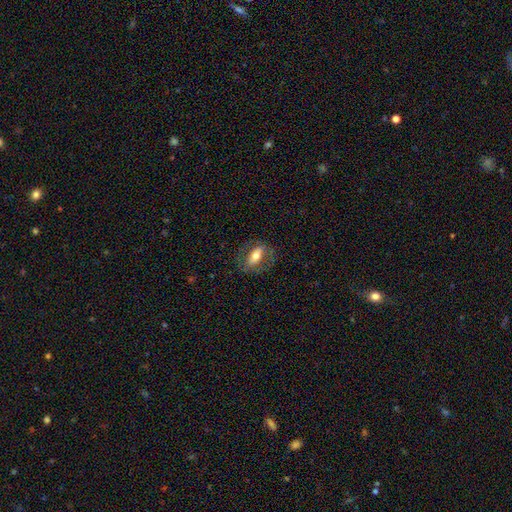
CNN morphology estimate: A smooth galaxy with no disk features (54%) that is in between round and cigar-shaped (80%).

Vote fractions:
- Smooth or featured? smooth: 54% / featured or disk: 39% / star or artifact: 7%
- How rounded? in between: 80% / cigar-shaped: 12% / round: 8%
- Merging? none: 75% / minor disturbance: 15% / major disturbance: 9% / merger: 1%